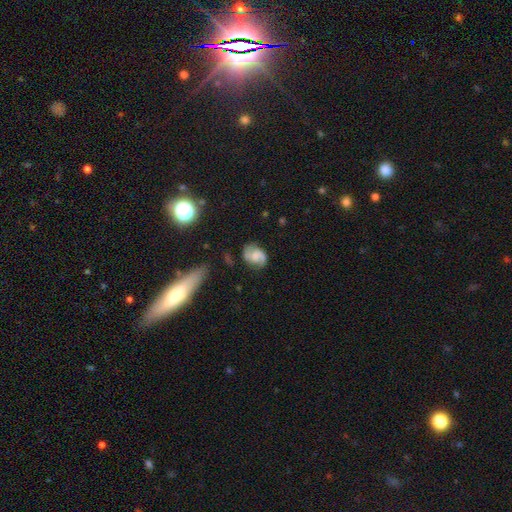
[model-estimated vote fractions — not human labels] This appears to be a featured or disk galaxy (67%) with no bar (52%), 2 (89%) medium (48%) spiral arms (92%) and no central bulge (44%). Merging: none (69%).